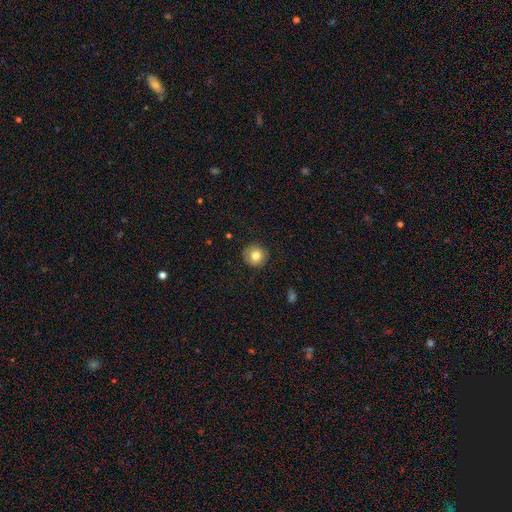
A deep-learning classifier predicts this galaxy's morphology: Smooth or featured? Predicted: smooth (p=0.81). How rounded? Predicted: round (p=0.92). Merging? Predicted: none (p=0.89).